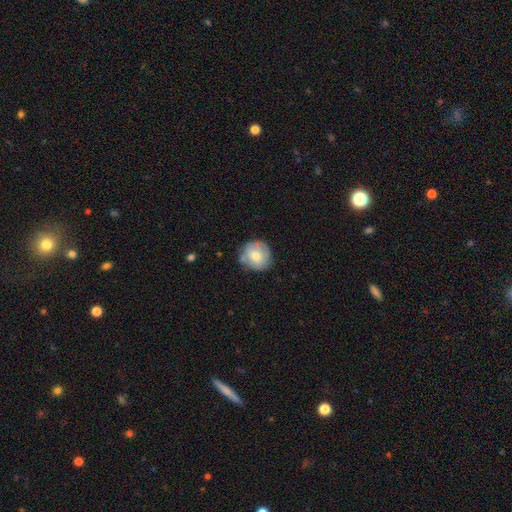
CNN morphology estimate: This appears to be a smooth galaxy with no disk features (67%) that is round (89%). Merging: none (71%).